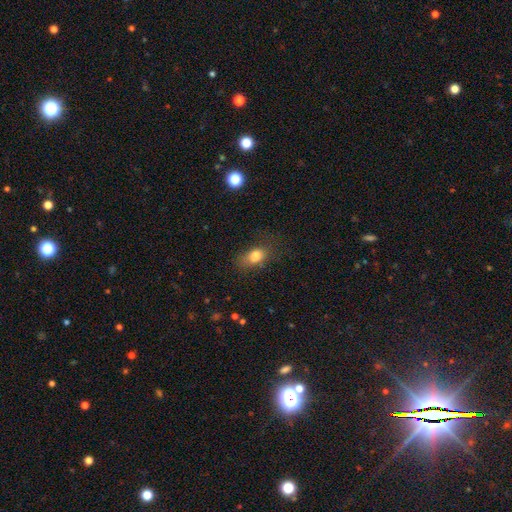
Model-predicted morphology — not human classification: Smooth or featured: smooth — 76% (featured or disk — 12%)
How rounded: in between — 77% (round — 19%)
Merging: none — 52% (minor disturbance — 27%)